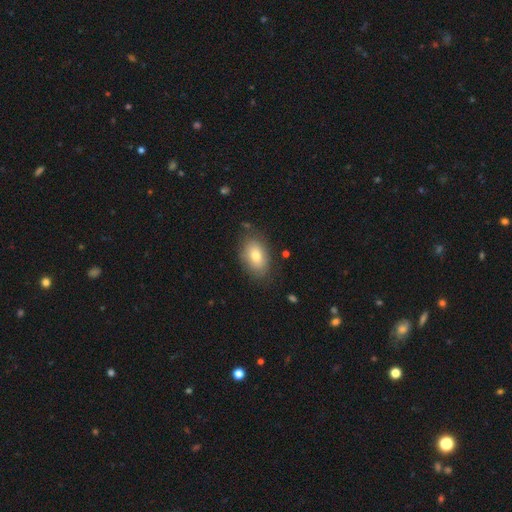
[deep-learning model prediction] Smooth or featured? Predicted: smooth (p=0.76). How rounded? Predicted: in between (p=0.88). Merging? Predicted: none (p=0.79).